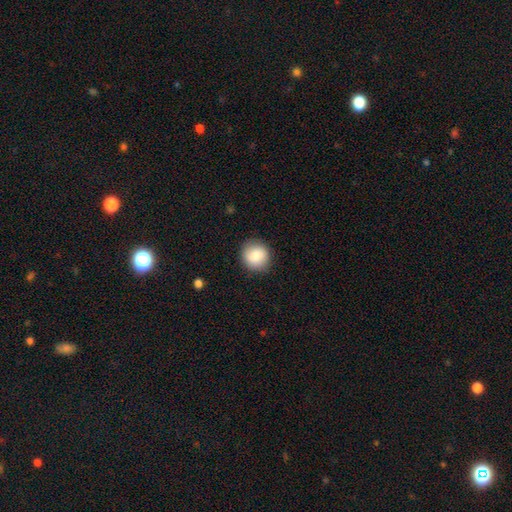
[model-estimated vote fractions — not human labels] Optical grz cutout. It shows a smooth galaxy with no disk features (82%) that is round (91%). Merging: none (87%).